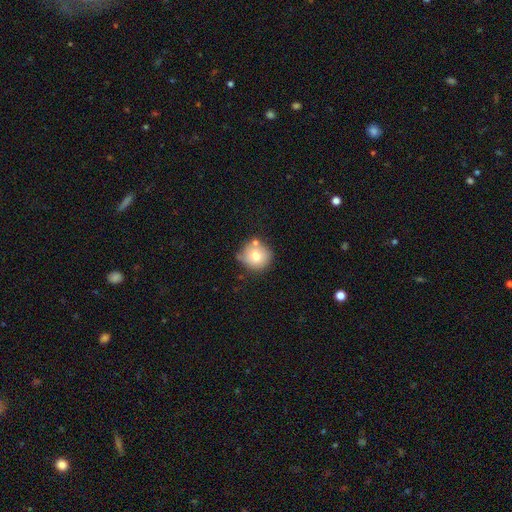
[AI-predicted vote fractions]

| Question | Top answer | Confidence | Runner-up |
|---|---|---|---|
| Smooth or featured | smooth | 73% | featured or disk (17%) |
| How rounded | round | 89% | in between (10%) |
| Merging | none | 64% | minor disturbance (17%) |